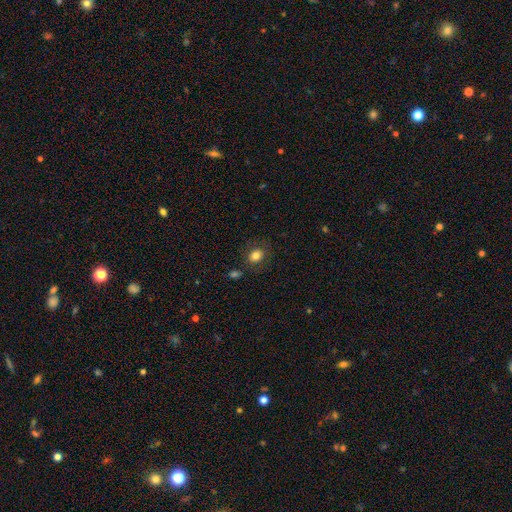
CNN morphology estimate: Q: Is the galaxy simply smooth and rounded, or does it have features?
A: smooth — 81%.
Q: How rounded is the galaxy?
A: in between — 53%.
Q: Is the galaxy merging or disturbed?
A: none — 77%.